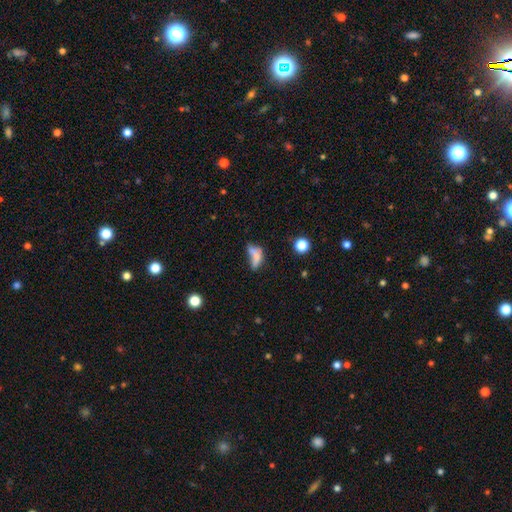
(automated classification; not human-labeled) Overall: smooth (59%; featured or disk 26%). How rounded: in between (69%). Merging: major disturbance (32%; none 26%).